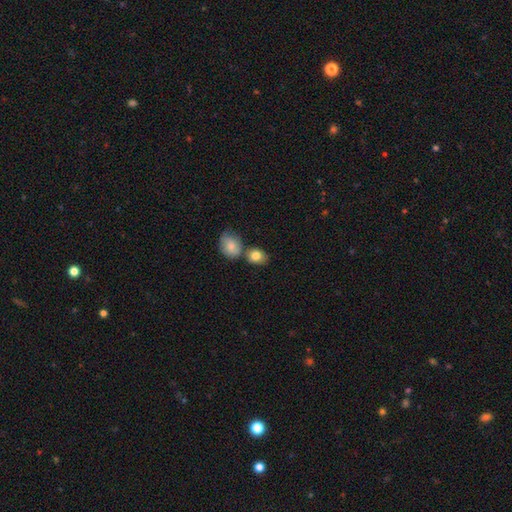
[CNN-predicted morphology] type=smooth (83%); roundness=in between (58%); merging=none (54%).